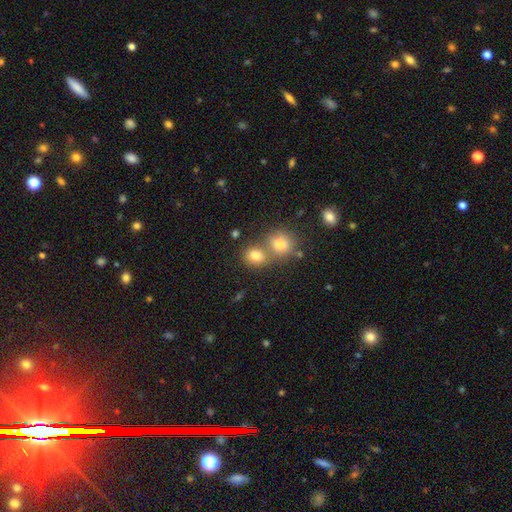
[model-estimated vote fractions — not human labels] Morphology: type=smooth (80%); roundness=round (61%); merging=merger (44%, tied with none).